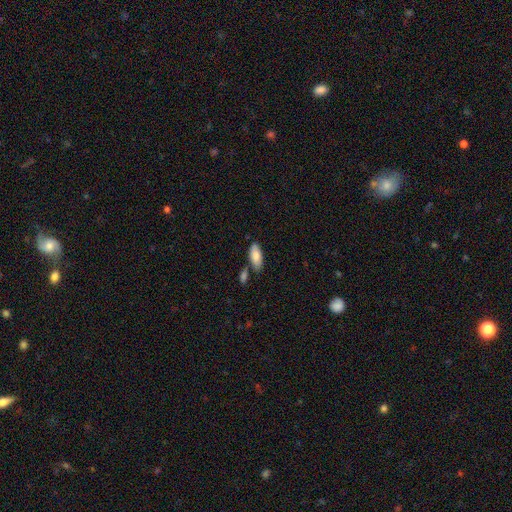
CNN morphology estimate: Smooth or featured? Predicted: smooth (p=0.83). How rounded? Predicted: in between (p=0.84). Merging? Predicted: none (p=0.66).